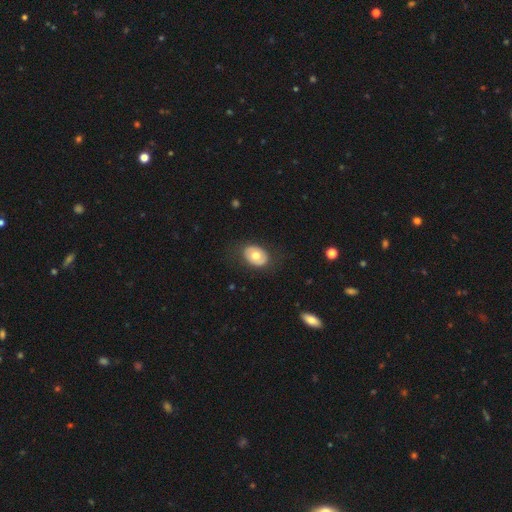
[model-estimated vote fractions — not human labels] Smooth or featured? Predicted: smooth (p=0.61). How rounded? Predicted: in between (p=0.73). Merging? Predicted: none (p=0.80).